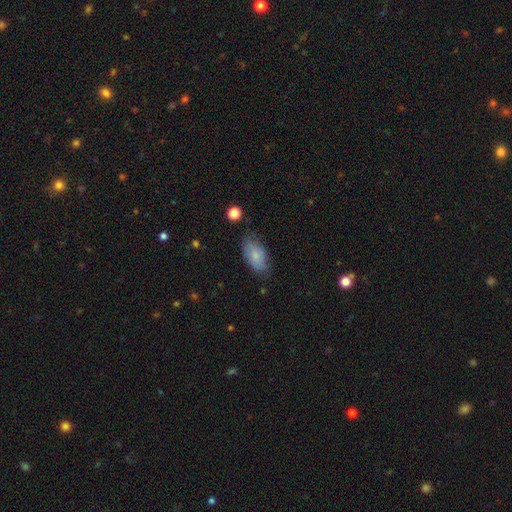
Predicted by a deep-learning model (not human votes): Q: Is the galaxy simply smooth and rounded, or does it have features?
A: smooth — 77%.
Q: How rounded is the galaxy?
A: in between — 93%.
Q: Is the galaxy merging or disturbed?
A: none — 68%.